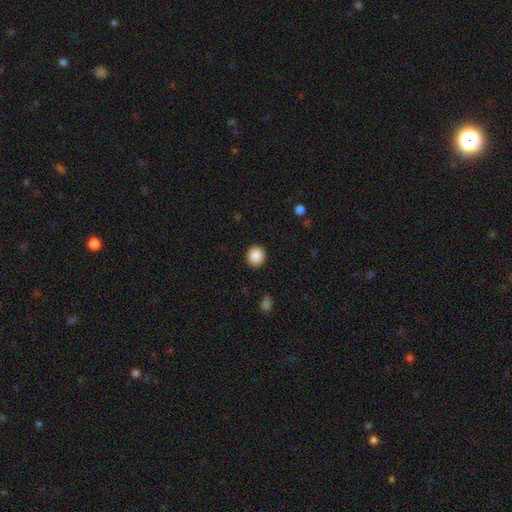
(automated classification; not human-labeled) A smooth galaxy with no disk features (89%) that is round (86%).

Vote fractions:
- Smooth or featured? smooth: 89% / star or artifact: 9% / featured or disk: 2%
- How rounded? round: 86% / in between: 13% / cigar-shaped: 1%
- Merging? none: 91% / minor disturbance: 6% / major disturbance: 2% / merger: 1%